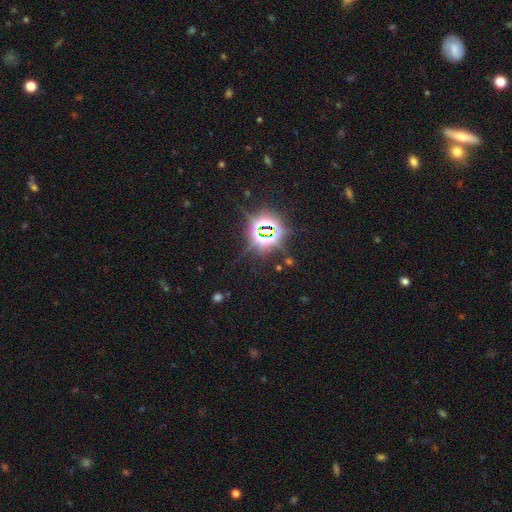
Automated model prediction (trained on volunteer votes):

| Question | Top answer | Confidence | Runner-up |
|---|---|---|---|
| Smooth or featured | star or artifact | 80% | smooth (12%) |